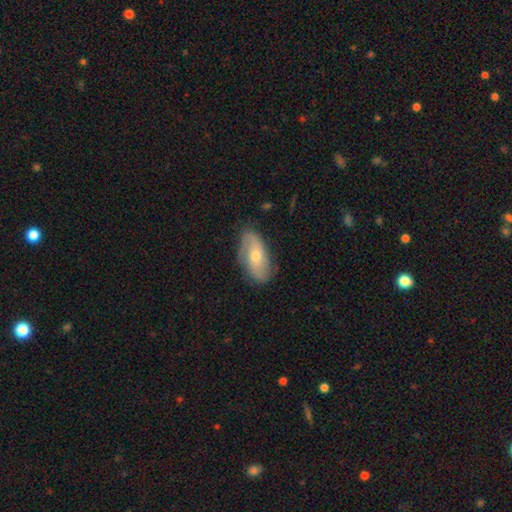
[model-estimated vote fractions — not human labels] Smooth or featured?
  - featured or disk: 55% *
  - smooth: 38%
  - star or artifact: 7%
Edge-on disk?
  - no: 90% *
  - yes: 10%
Merging?
  - none: 76% *
  - minor disturbance: 18%
  - major disturbance: 4%
  - merger: 1%